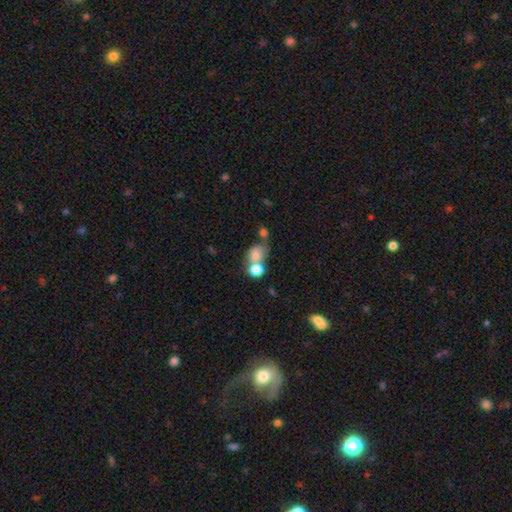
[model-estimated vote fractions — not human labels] Smooth or featured? Predicted: smooth (p=0.73). How rounded? Predicted: in between (p=0.55). Merging? Predicted: merger (p=0.51).